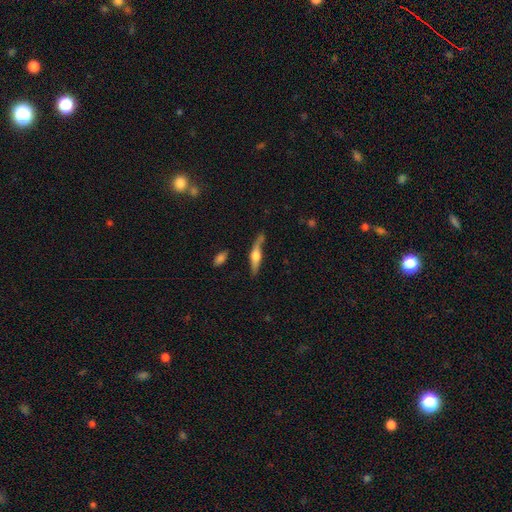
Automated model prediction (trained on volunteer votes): Morphology: type=featured or disk (59%); edge-on=yes (91%); edge-on bulge=rounded (90%); merging=none (63%).